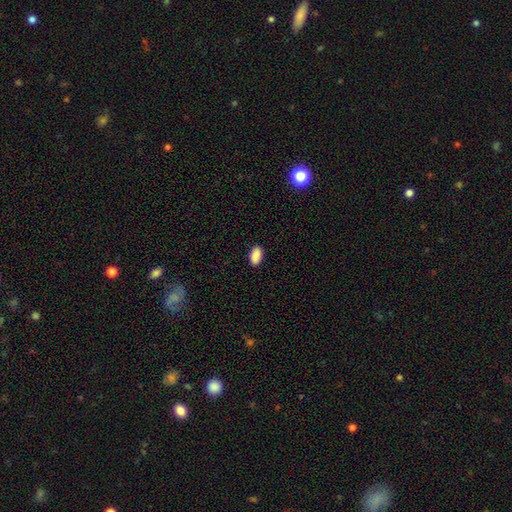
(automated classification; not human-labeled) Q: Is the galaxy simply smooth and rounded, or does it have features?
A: smooth — 90%.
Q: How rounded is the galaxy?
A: in between — 94%.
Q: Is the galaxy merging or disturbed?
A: none — 89%.